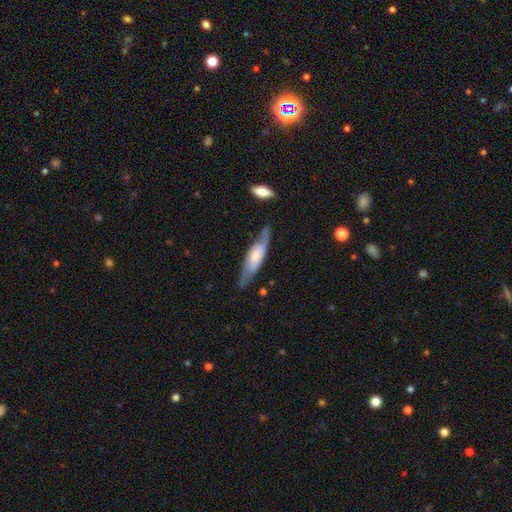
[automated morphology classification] featured or disk 61%, smooth 33%, star or artifact 6%. Down the decision tree: edge-on disk — yes (55%); merging — none (71%).